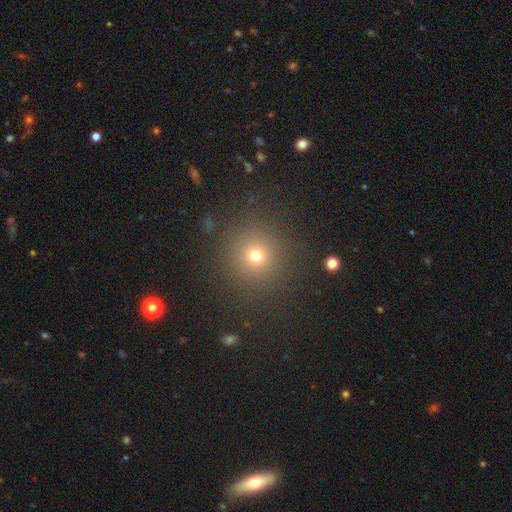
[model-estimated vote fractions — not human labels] Morphology: type=smooth (70%); roundness=round (93%); merging=none (87%).